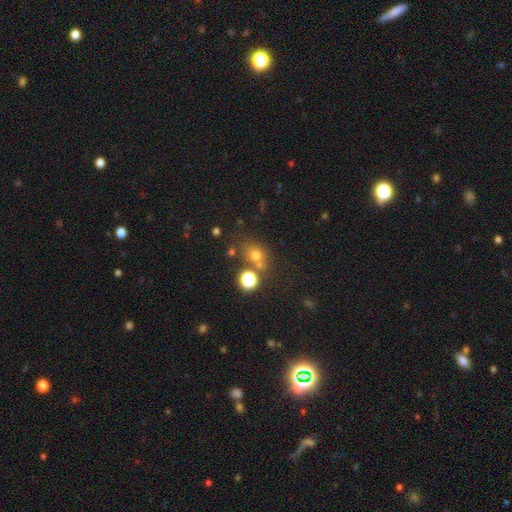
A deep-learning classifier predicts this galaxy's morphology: Q: Smooth or featured?
A: smooth (63%); runner-up: star or artifact (26%)
Q: How rounded?
A: round (72%); runner-up: in between (27%)
Q: Merging?
A: none (62%); runner-up: merger (20%)